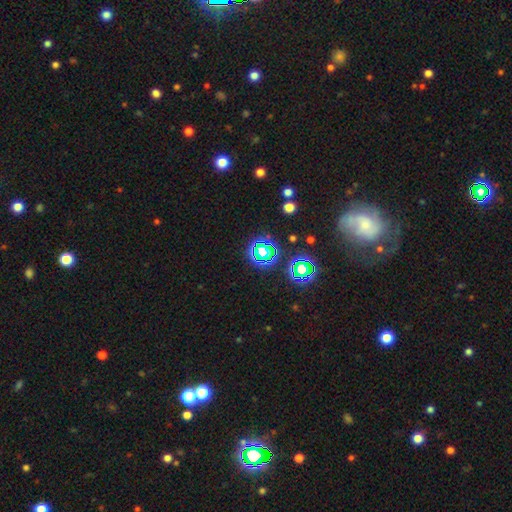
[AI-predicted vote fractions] Smooth or featured: star or artifact — 71% (smooth — 19%)